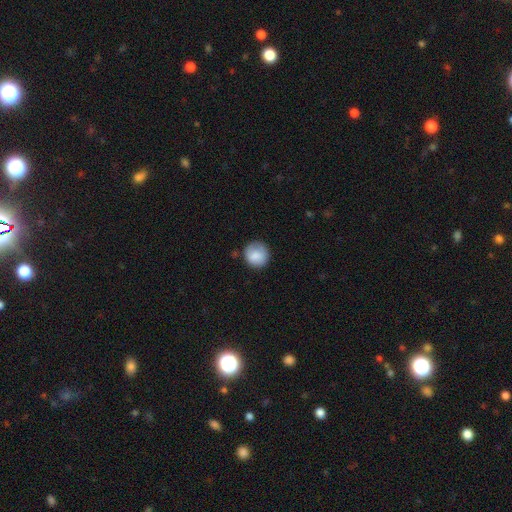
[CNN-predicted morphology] smooth 86%, star or artifact 7%, featured or disk 7%. Down the decision tree: how rounded — round (92%); merging — none (80%).